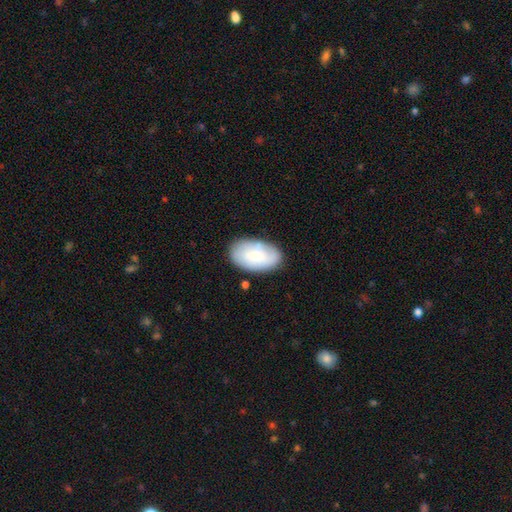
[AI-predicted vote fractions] Morphology: type=smooth (72%); roundness=in between (94%); merging=none (79%).